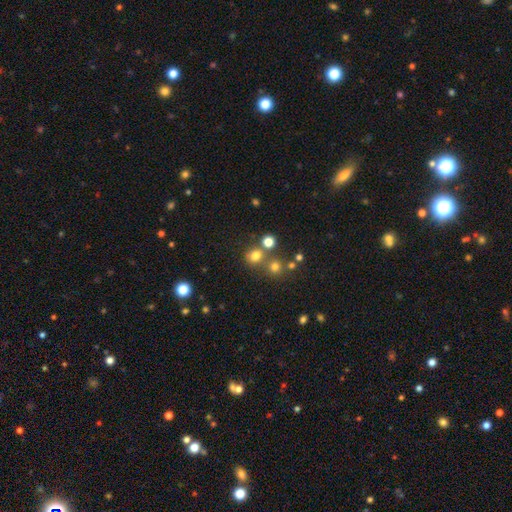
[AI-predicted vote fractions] smooth 73%, star or artifact 19%, featured or disk 8%. Down the decision tree: how rounded — round (81%); merging — none (65%).